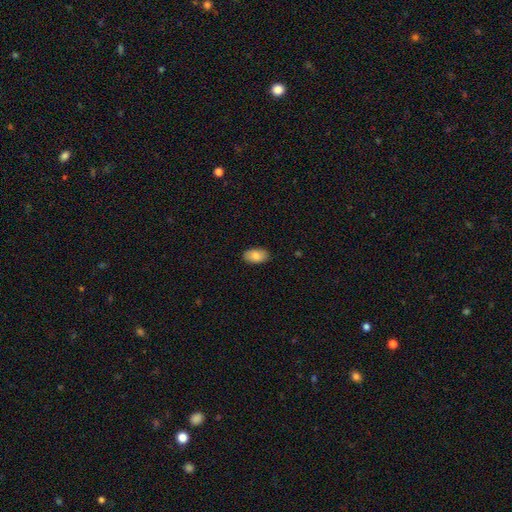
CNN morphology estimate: Overall: smooth (85%). How rounded: in between (94%). Merging: none (87%).